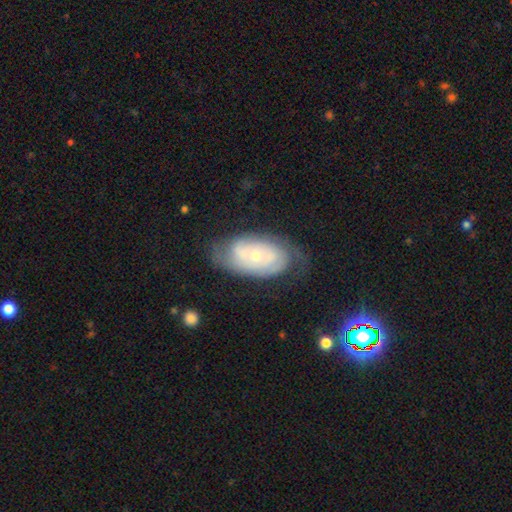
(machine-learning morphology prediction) Overall: featured or disk (70%). Edge-on disk: no (94%). Bar: no (79%). Spiral arms: yes (81%). Spiral arm count: can't tell (43%; 2 38%). Spiral winding: tight (66%). Bulge size: small (64%; moderate 32%). Merging: none (64%).